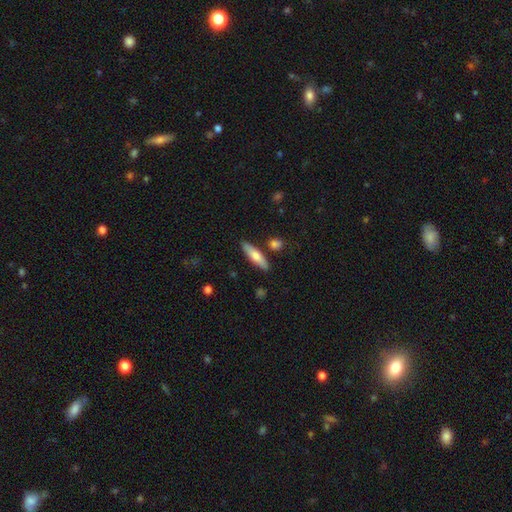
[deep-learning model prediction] A smooth galaxy with no disk features (63%) that is cigar-shaped (70%). Merging: none (84%).